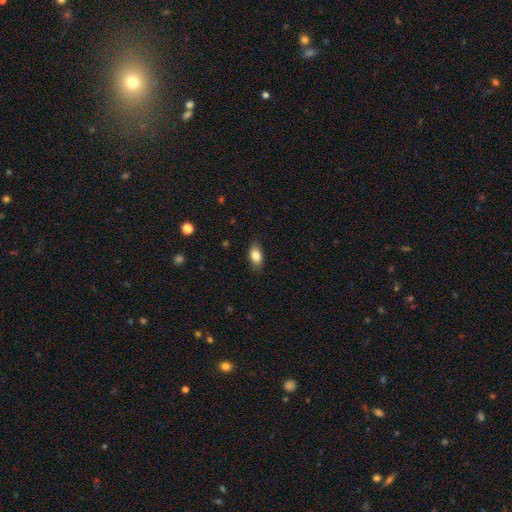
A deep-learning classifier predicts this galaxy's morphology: type=smooth (84%); roundness=in between (88%); merging=none (85%).